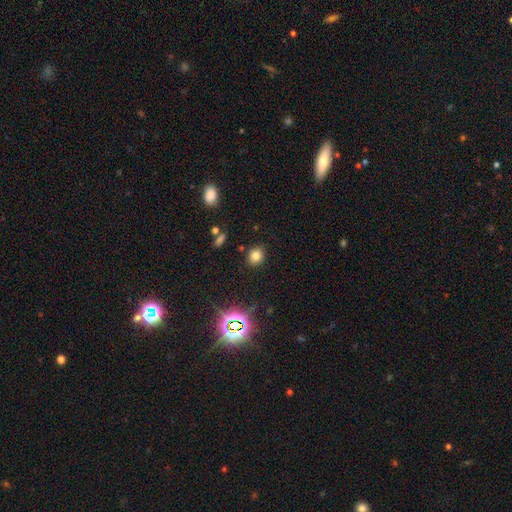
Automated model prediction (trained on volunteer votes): Morphology: type=smooth (75%); roundness=round (79%); merging=none (87%).